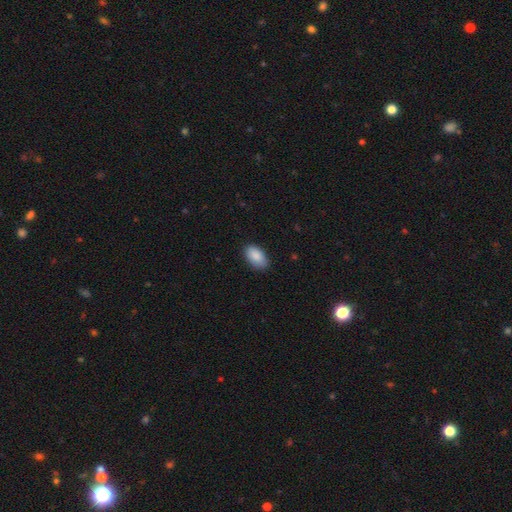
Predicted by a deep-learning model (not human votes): A smooth galaxy with no disk features (90%) that is in between round and cigar-shaped (95%). Merging: none (84%).